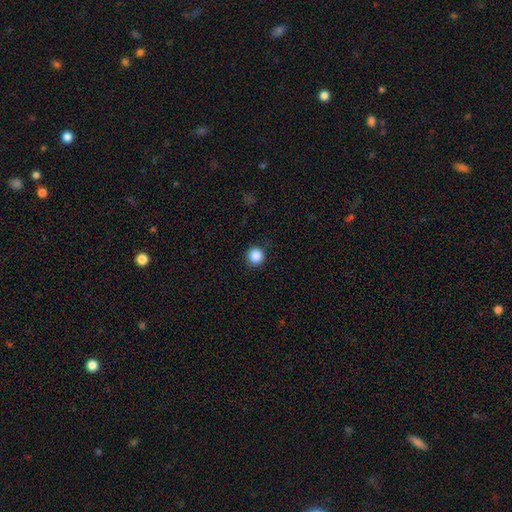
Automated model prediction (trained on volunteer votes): Overall: smooth (87%). How rounded: round (95%). Merging: none (90%).